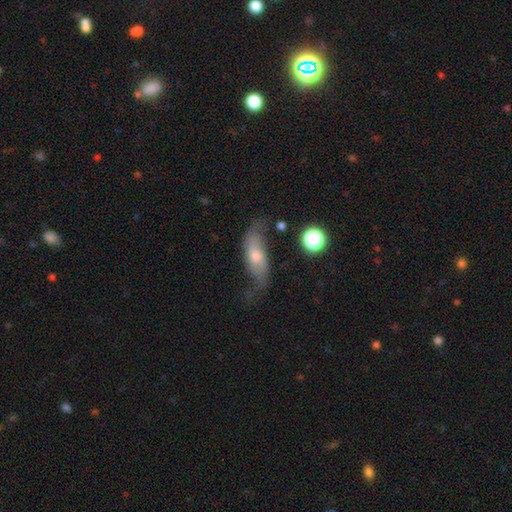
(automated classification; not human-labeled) smooth_or_featured: featured or disk (p=0.54) [alt: smooth p=0.37]
disk_edge_on: no (p=0.81) [alt: yes p=0.19]
merging: none (p=0.49) [alt: minor disturbance p=0.27]